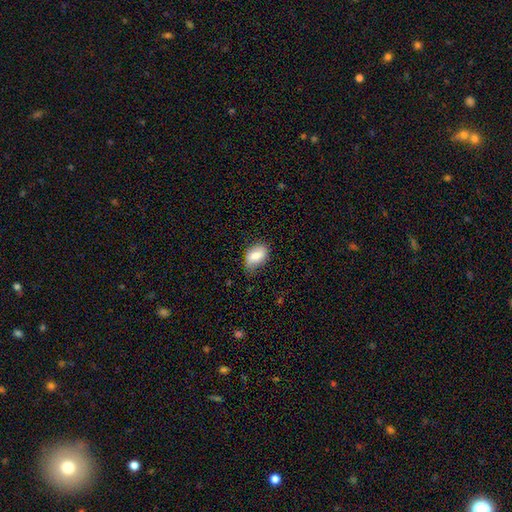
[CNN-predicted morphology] This appears to be a smooth galaxy with no disk features (82%) that is in between round and cigar-shaped (87%). Merging: none (57%).